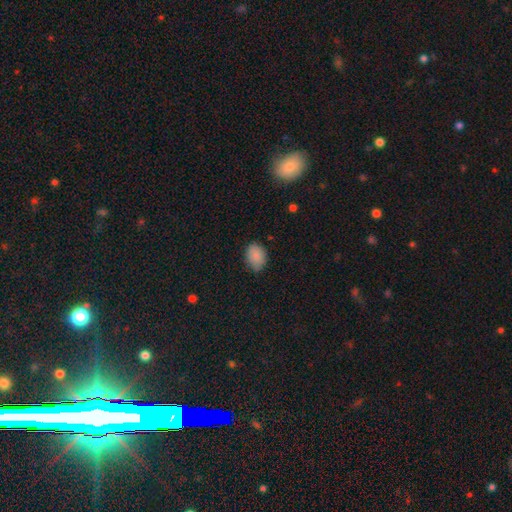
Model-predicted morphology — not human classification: Smooth or featured? Predicted: smooth (p=0.87). How rounded? Predicted: in between (p=0.69). Merging? Predicted: none (p=0.70).